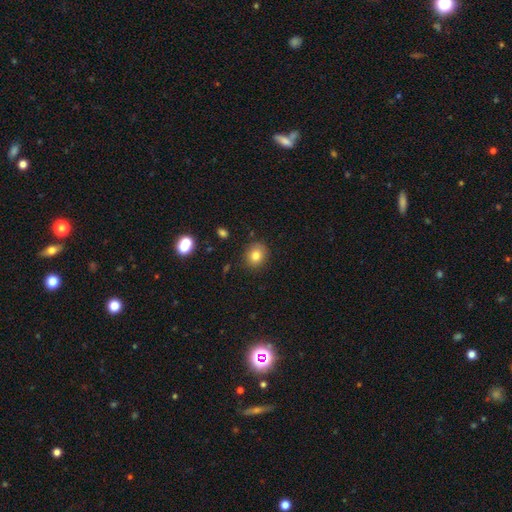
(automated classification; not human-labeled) Smooth or featured? Predicted: smooth (p=0.80). How rounded? Predicted: round (p=0.72). Merging? Predicted: none (p=0.87).